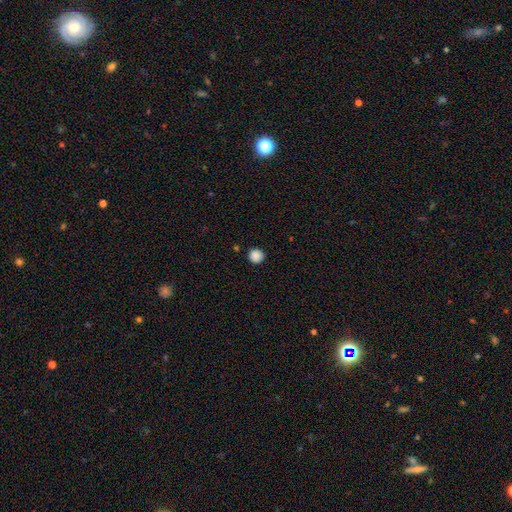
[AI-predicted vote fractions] Smooth or featured? Predicted: smooth (p=0.88). How rounded? Predicted: round (p=0.95). Merging? Predicted: none (p=0.91).